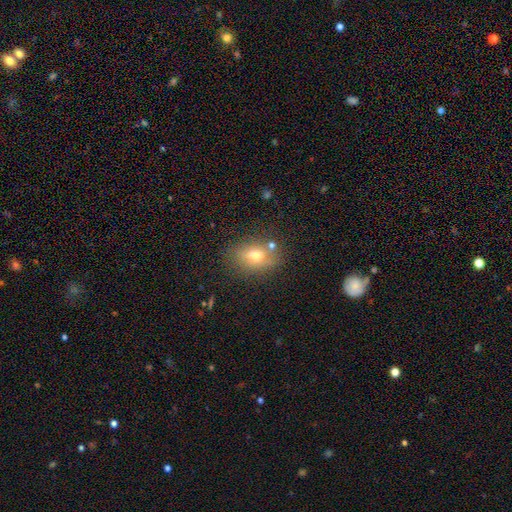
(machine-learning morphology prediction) The model was most divided on "smooth or featured": smooth: 66%, featured or disk: 22%, star or artifact: 12%. More confident: how rounded — in between (74%); merging — none (71%).